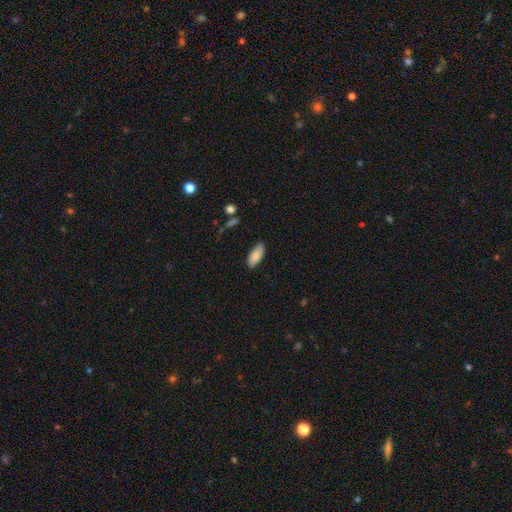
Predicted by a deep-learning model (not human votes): A smooth galaxy with no disk features (85%) that is in between round and cigar-shaped (84%).

Vote fractions:
- Smooth or featured? smooth: 85% / featured or disk: 8% / star or artifact: 6%
- How rounded? in between: 84% / cigar-shaped: 15% / round: 2%
- Merging? none: 83% / minor disturbance: 13% / major disturbance: 2% / merger: 1%